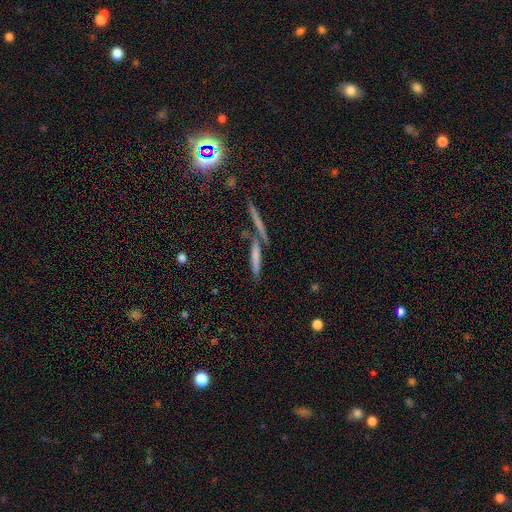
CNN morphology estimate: A smooth galaxy with no disk features (46%). Merging: none (67%).